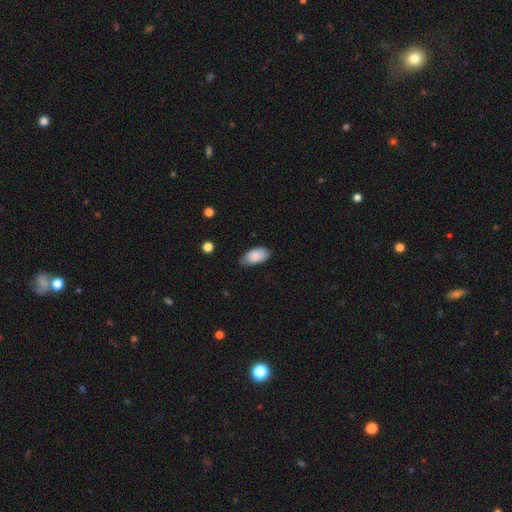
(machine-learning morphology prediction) Smooth or featured?
  - smooth: 83% *
  - featured or disk: 10%
  - star or artifact: 7%
How rounded?
  - in between: 94% *
  - round: 3%
  - cigar-shaped: 3%
Merging?
  - none: 70% *
  - minor disturbance: 25%
  - major disturbance: 4%
  - merger: 1%